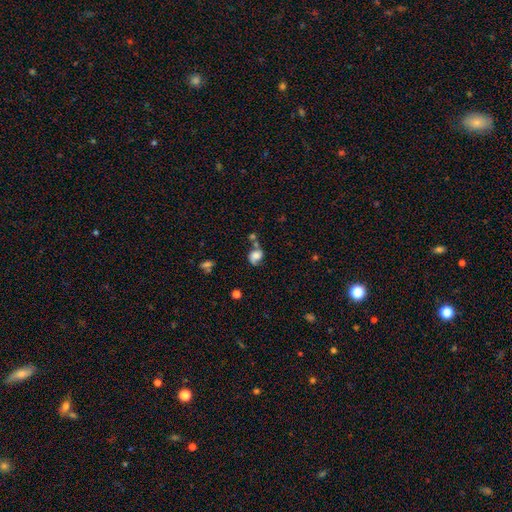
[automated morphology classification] The model was most divided on "smooth or featured": smooth: 48%, featured or disk: 40%, star or artifact: 12%. Remaining: merging — none (44%).